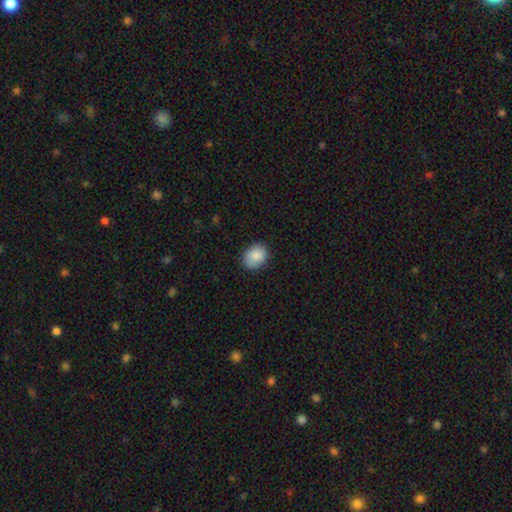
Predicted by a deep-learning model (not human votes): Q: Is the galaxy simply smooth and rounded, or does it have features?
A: smooth — 88%.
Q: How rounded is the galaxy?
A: in between — 56%.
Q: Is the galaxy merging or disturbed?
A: none — 83%.